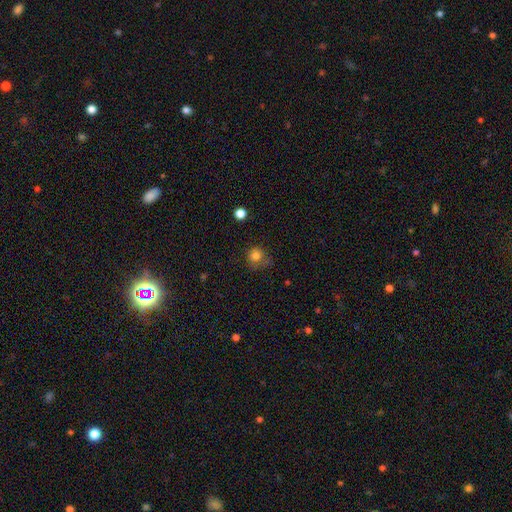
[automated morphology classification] A smooth galaxy with no disk features (79%) that is round (85%). Merging: none (57%).